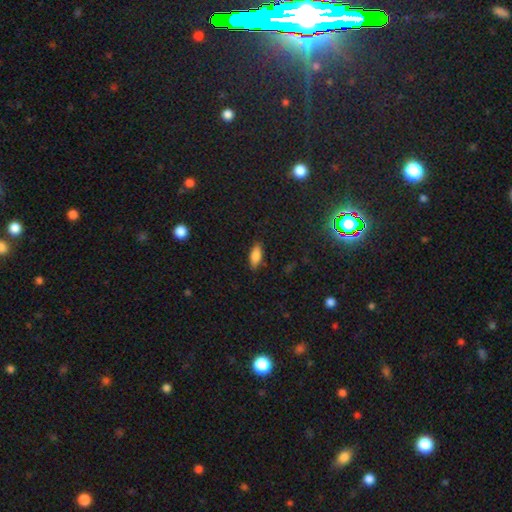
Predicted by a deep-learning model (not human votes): Smooth or featured? Predicted: smooth (p=0.83). How rounded? Predicted: in between (p=0.81). Merging? Predicted: none (p=0.85).